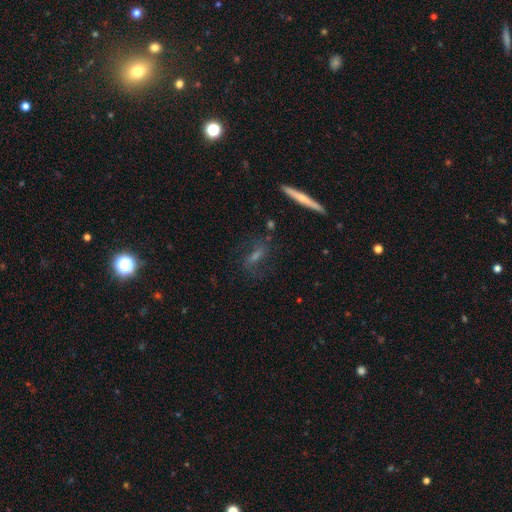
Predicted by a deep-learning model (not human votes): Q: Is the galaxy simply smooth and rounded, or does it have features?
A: featured or disk — 59%.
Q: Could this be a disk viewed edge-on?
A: no — 61%.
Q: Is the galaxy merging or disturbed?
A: none — 71%.